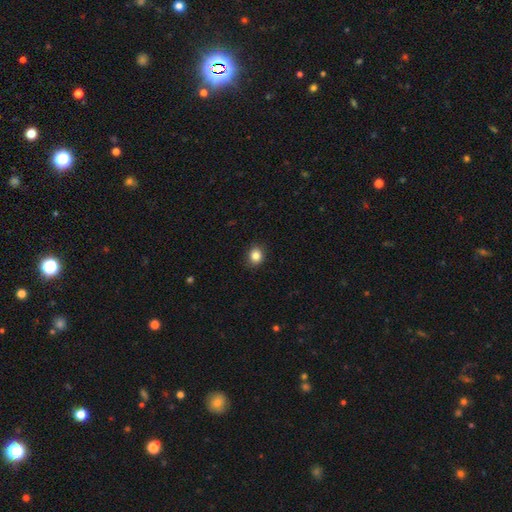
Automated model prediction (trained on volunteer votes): Morphology: type=smooth (85%); roundness=round (72%); merging=none (89%).